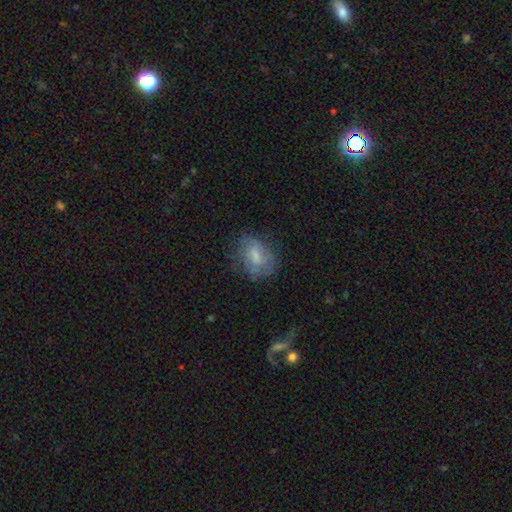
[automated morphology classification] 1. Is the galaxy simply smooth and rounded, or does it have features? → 56% smooth, 35% featured or disk, 9% star or artifact.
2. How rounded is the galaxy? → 73% in between, 24% round, 2% cigar-shaped.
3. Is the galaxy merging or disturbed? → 60% none, 24% minor disturbance, 14% major disturbance, 2% merger.